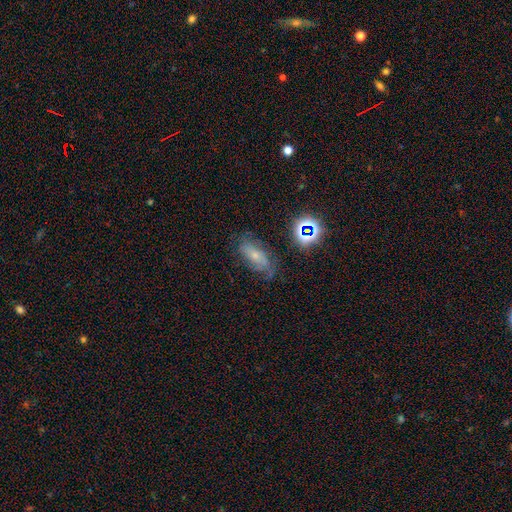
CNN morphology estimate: smooth-or-featured: smooth: 41% | featured or disk: 40% | star or artifact: 19%
  merging: none: 61% | minor disturbance: 25% | major disturbance: 11% | merger: 3%